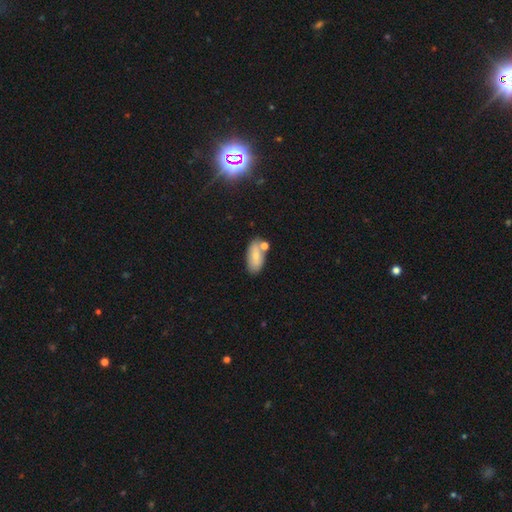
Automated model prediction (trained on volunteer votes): Smooth or featured: smooth — 70% (featured or disk — 23%)
How rounded: in between — 88% (cigar-shaped — 8%)
Merging: none — 60% (merger — 20%)